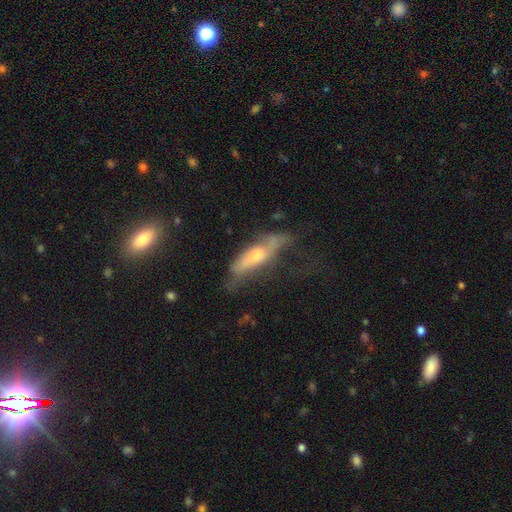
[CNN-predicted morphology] Smooth or featured? Predicted: featured or disk (p=0.50). Edge-on disk? Predicted: yes (p=0.55). Merging? Predicted: none (p=0.36).